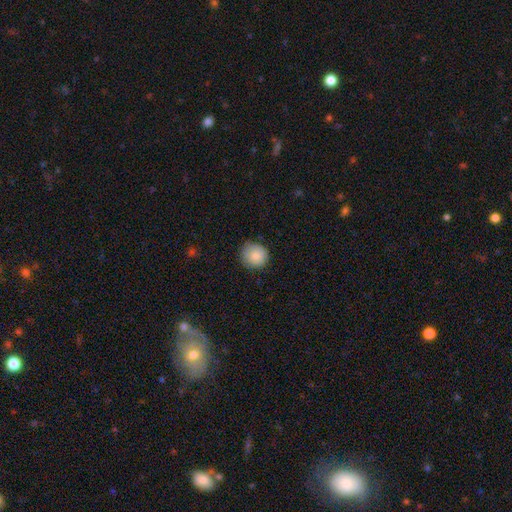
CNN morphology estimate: type=smooth (86%); roundness=round (92%); merging=none (81%).